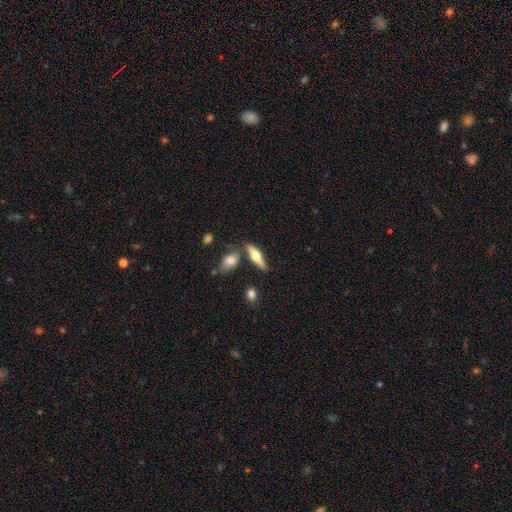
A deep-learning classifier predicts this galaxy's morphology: Smooth or featured?
  - smooth: 50% *
  - featured or disk: 44%
  - star or artifact: 6%
How rounded?
  - cigar-shaped: 55% *
  - in between: 42%
  - round: 3%
Merging?
  - none: 70% *
  - minor disturbance: 14%
  - merger: 12%
  - major disturbance: 4%